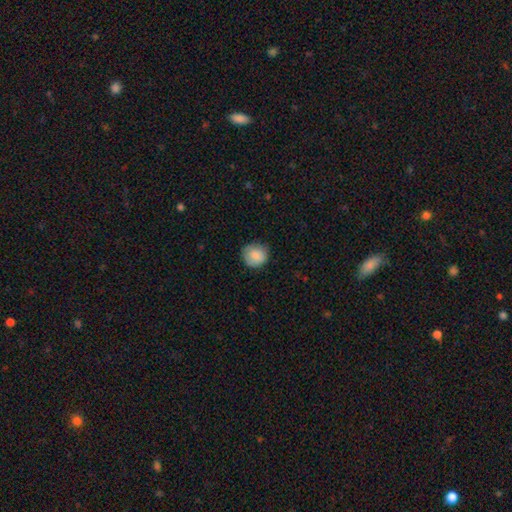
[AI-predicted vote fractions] Q: Smooth or featured?
A: smooth (86%); runner-up: star or artifact (7%)
Q: How rounded?
A: round (86%); runner-up: in between (13%)
Q: Merging?
A: none (76%); runner-up: minor disturbance (19%)